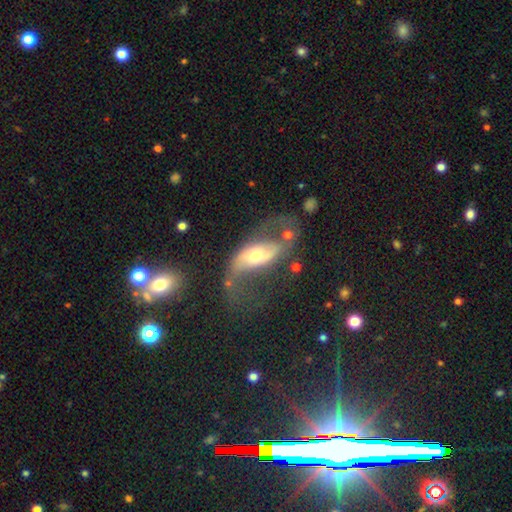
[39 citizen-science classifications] smooth_or_featured: featured or disk (p=0.74) [alt: smooth p=0.18]
disk_edge_on: no (p=0.90) [alt: yes p=0.10]
bar: no (p=0.58) [alt: weak p=0.23]
has_spiral_arms: yes (p=0.81) [alt: no p=0.19]
spiral_winding: loose (p=0.71) [alt: medium p=0.29]
spiral_arm_count: 2 (p=0.76) [alt: can't tell p=0.19]
bulge_size: moderate (p=0.69) [alt: small p=0.27]
merging: major disturbance (p=0.53) [alt: none p=0.28]